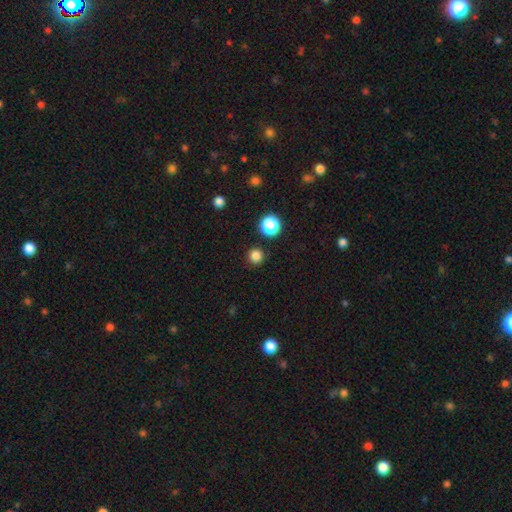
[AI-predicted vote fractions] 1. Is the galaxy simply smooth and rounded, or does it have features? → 82% smooth, 15% star or artifact, 4% featured or disk.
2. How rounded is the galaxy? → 95% round, 4% in between, 1% cigar-shaped.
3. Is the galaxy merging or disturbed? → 91% none, 5% minor disturbance, 2% major disturbance, 2% merger.